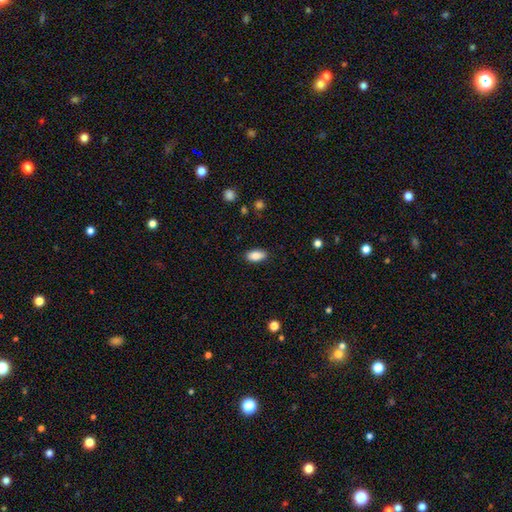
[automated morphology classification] smooth 86%, star or artifact 7%, featured or disk 7%. Down the decision tree: how rounded — in between (91%); merging — none (87%).